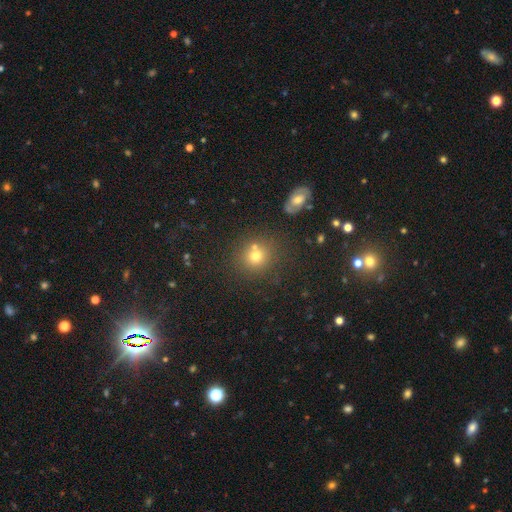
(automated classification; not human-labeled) smooth 71%, star or artifact 19%, featured or disk 10%. Down the decision tree: how rounded — round (83%); merging — none (69%).